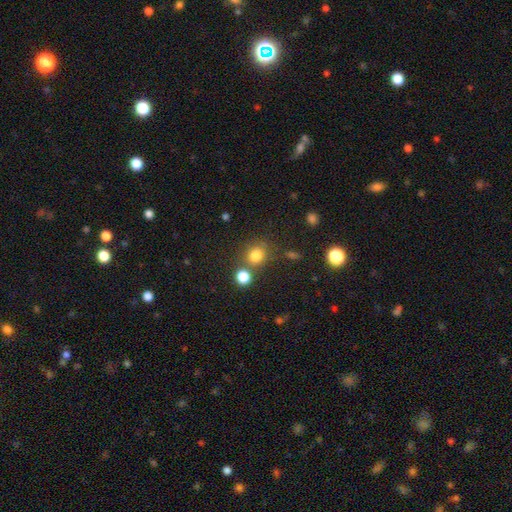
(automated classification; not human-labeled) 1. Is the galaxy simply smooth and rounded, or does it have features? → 78% smooth, 15% star or artifact, 7% featured or disk.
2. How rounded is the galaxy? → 81% round, 18% in between, 1% cigar-shaped.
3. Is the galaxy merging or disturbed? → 67% none, 18% merger, 10% minor disturbance, 4% major disturbance.